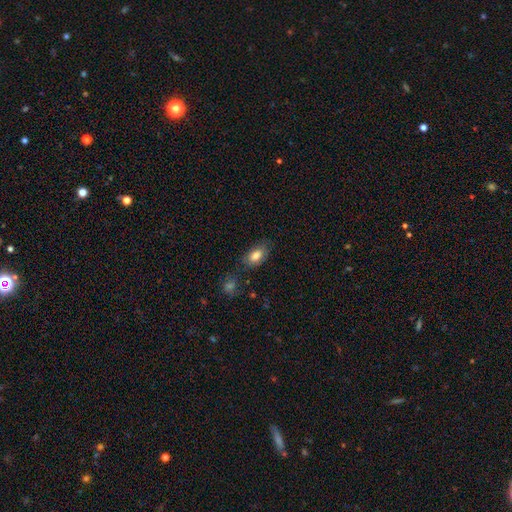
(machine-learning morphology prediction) smooth-or-featured: smooth: 82% | featured or disk: 10% | star or artifact: 7%
  how-rounded: in between: 91% | round: 6% | cigar-shaped: 3%
  merging: none: 72% | minor disturbance: 18% | major disturbance: 5% | merger: 5%